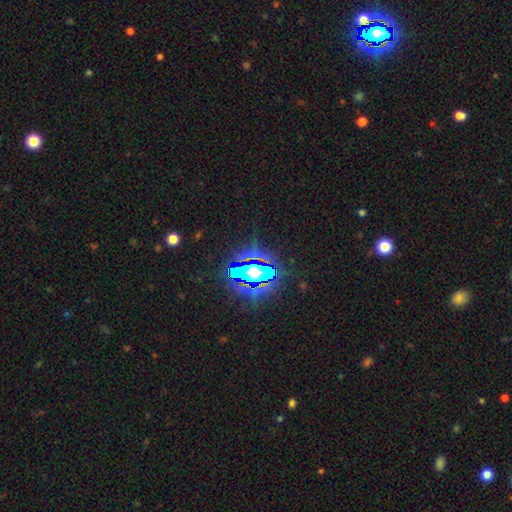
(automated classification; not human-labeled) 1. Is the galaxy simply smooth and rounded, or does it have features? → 74% star or artifact, 15% smooth, 12% featured or disk.